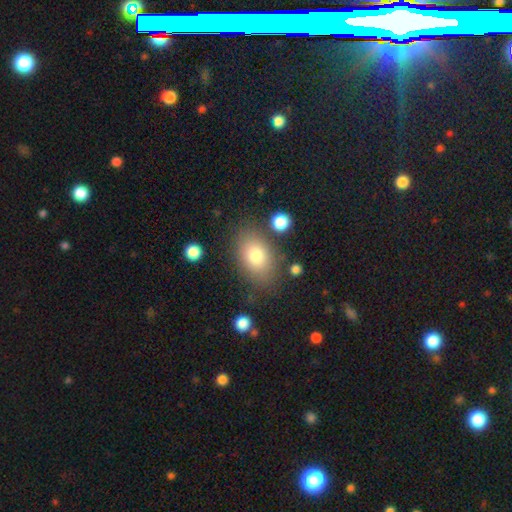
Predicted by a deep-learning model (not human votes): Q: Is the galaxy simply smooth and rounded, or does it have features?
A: smooth — 79%.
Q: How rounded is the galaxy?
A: in between — 85%.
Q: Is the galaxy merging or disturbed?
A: none — 79%.